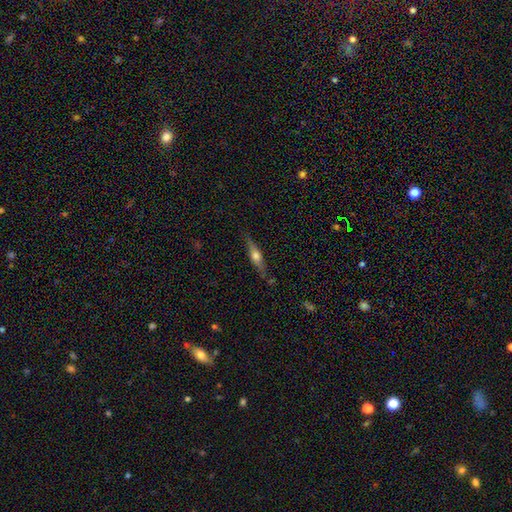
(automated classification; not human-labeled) Smooth or featured? Predicted: featured or disk (p=0.52). Edge-on disk? Predicted: yes (p=0.92). Merging? Predicted: none (p=0.79).